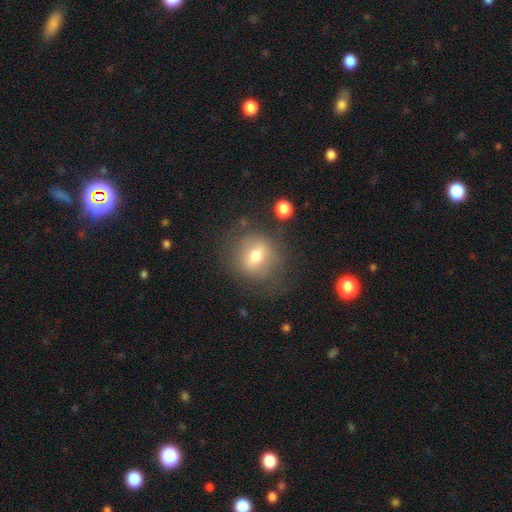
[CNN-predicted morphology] Q: Smooth or featured?
A: smooth (59%); runner-up: featured or disk (31%)
Q: How rounded?
A: round (76%); runner-up: in between (23%)
Q: Merging?
A: none (71%); runner-up: minor disturbance (16%)